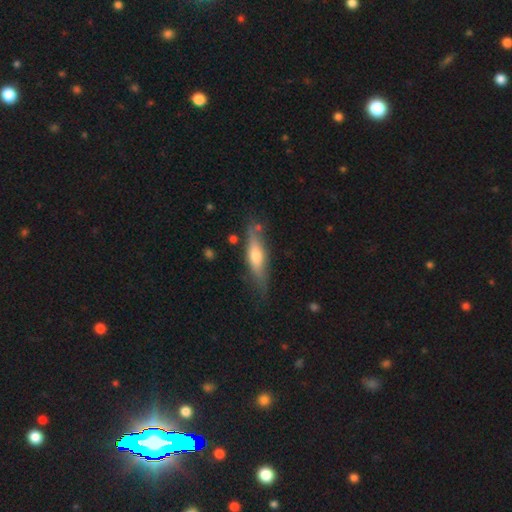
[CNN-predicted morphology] Smooth or featured: smooth — 47% (tied with featured or disk — 47%)
Merging: none — 72% (minor disturbance — 20%)